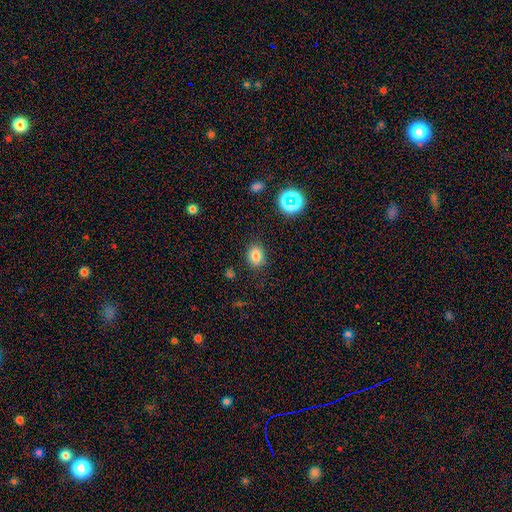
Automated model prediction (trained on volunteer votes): Smooth or featured? smooth (79%)
How rounded? in between (60%)
Merging? none (84%)